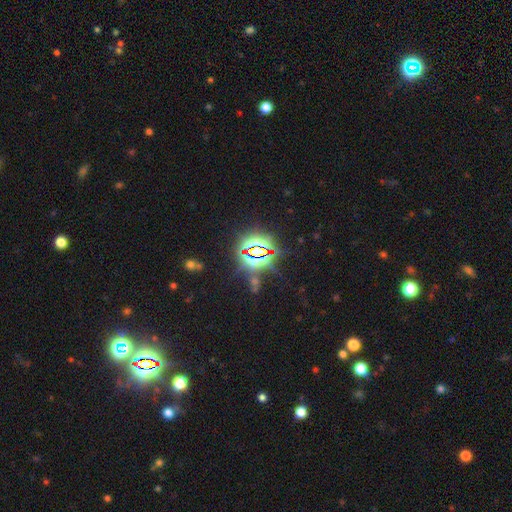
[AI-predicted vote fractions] Smooth or featured? star or artifact (82%)